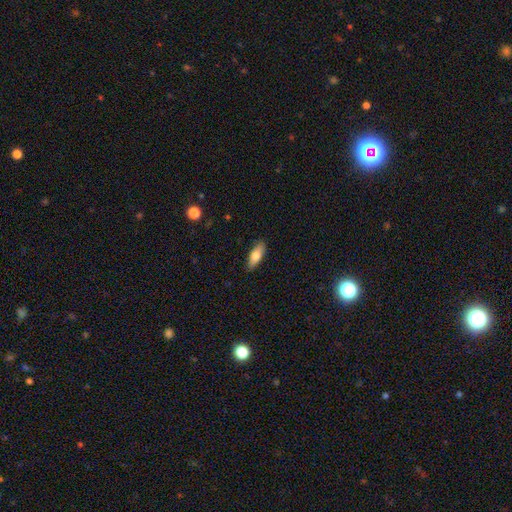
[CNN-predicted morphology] smooth 74%, featured or disk 20%, star or artifact 6%. Down the decision tree: how rounded — in between (68%); merging — none (86%).